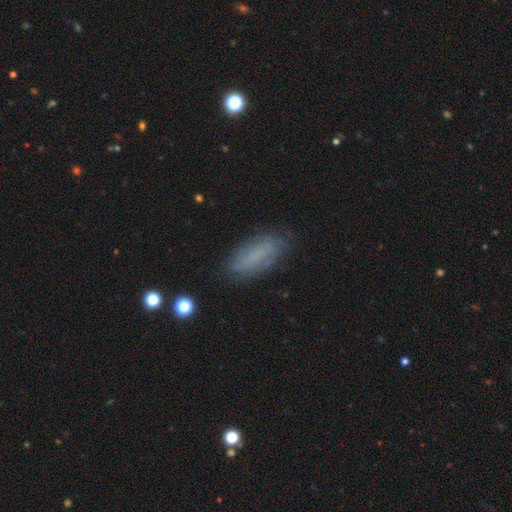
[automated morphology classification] smooth 69%, featured or disk 21%, star or artifact 10%. Down the decision tree: how rounded — in between (62%); merging — none (78%).